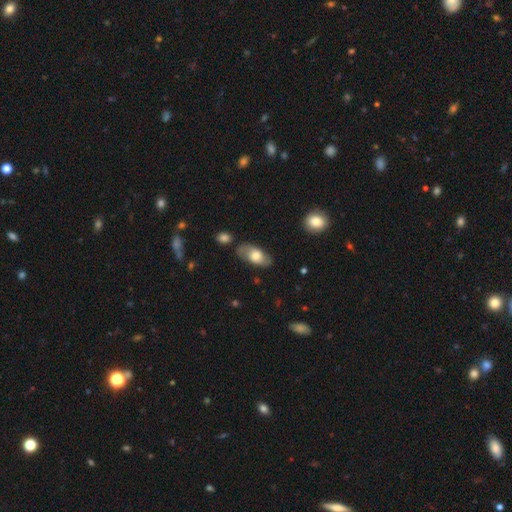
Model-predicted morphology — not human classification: The model was most divided on "smooth or featured": smooth: 61%, featured or disk: 33%, star or artifact: 6%. More confident: how rounded — in between (91%); merging — none (73%).